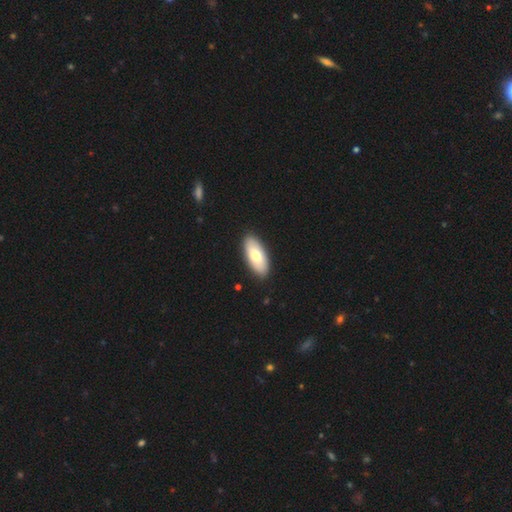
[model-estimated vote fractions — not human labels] Smooth or featured?
  - smooth: 70% *
  - featured or disk: 26%
  - star or artifact: 5%
How rounded?
  - in between: 89% *
  - cigar-shaped: 9%
  - round: 2%
Merging?
  - none: 90% *
  - minor disturbance: 8%
  - major disturbance: 2%
  - merger: 1%